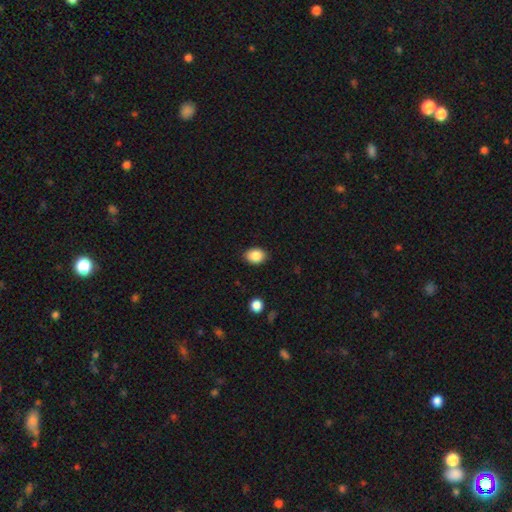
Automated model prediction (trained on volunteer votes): Morphology: type=smooth (87%); roundness=in between (67%); merging=none (87%).